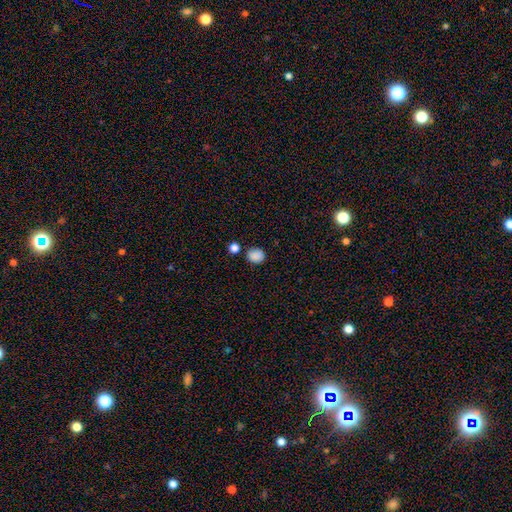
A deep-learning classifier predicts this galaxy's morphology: smooth_or_featured: smooth (p=0.86) [alt: star or artifact p=0.10]
how_rounded: round (p=0.67) [alt: in between p=0.32]
merging: none (p=0.78) [alt: minor disturbance p=0.12]